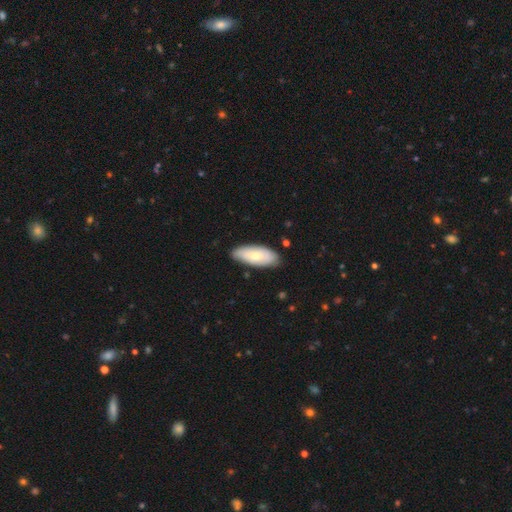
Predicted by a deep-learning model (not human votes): This appears to be a smooth galaxy with no disk features (63%) that is in between round and cigar-shaped (85%). Merging: none (80%).